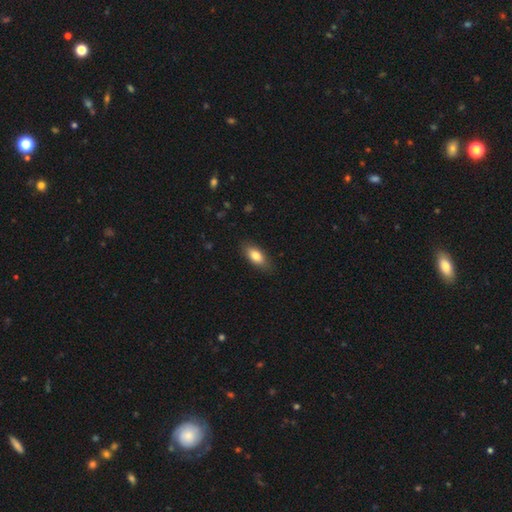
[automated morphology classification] This is clearly a smooth galaxy (81%). How rounded: clearly in between (84%). Merging: clearly none (84%).